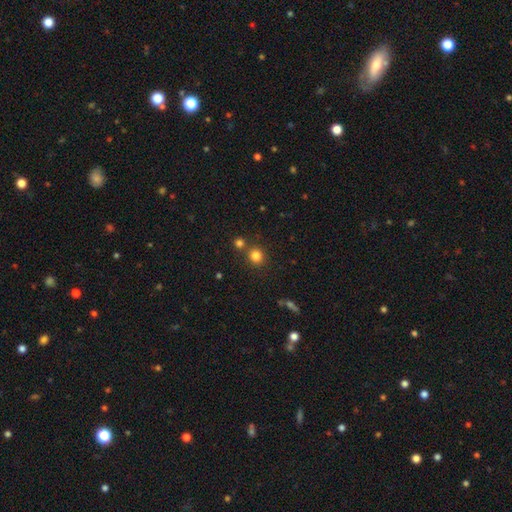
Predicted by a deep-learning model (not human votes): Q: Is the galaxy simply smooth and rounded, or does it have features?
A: smooth — 81%.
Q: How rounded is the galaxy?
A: round — 88%.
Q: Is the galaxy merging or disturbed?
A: none — 74%.